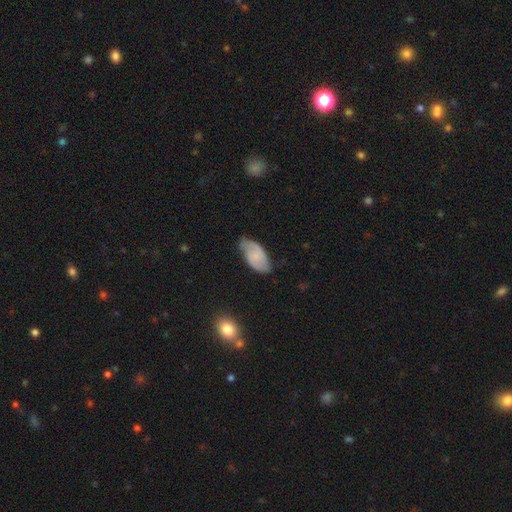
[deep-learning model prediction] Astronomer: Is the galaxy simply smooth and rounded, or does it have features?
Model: smooth — 56% (runner-up: featured or disk, 37%).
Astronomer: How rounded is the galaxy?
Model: in between — 94%.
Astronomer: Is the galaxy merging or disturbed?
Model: none — 59%.